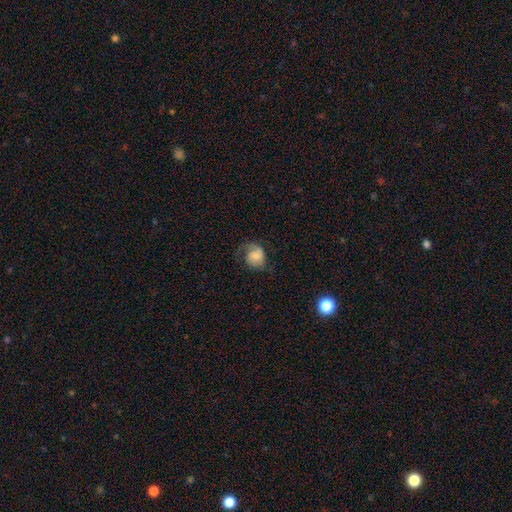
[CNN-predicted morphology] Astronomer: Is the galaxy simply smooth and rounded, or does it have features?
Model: smooth — 48% (runner-up: featured or disk, 44%).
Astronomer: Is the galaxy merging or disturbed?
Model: none — 52%.